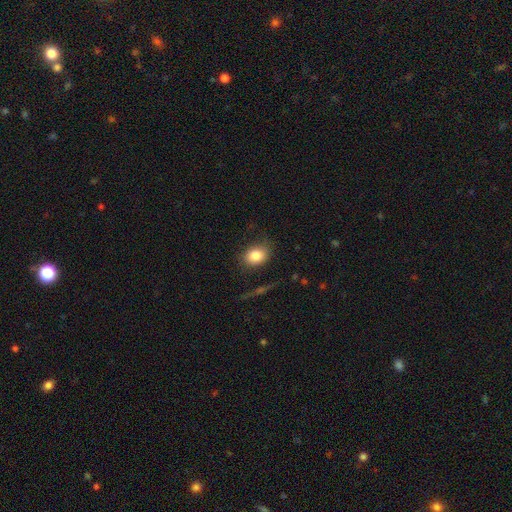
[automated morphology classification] Smooth or featured?
  - smooth: 82% *
  - featured or disk: 9%
  - star or artifact: 9%
How rounded?
  - in between: 61% *
  - round: 38%
  - cigar-shaped: 1%
Merging?
  - none: 75% *
  - minor disturbance: 17%
  - major disturbance: 6%
  - merger: 2%